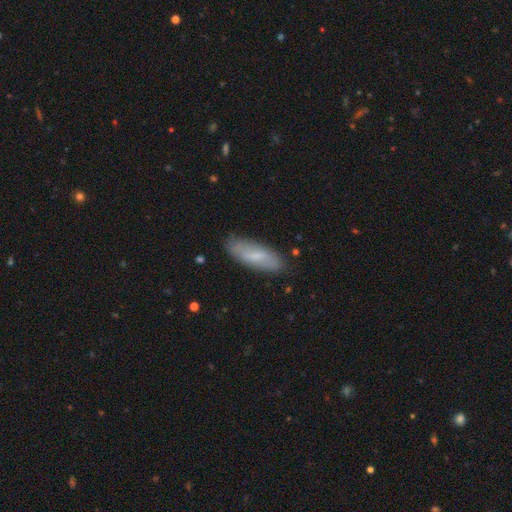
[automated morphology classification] This appears to be a smooth galaxy with no disk features (66%) that is in between round and cigar-shaped (60%). Merging: none (82%).